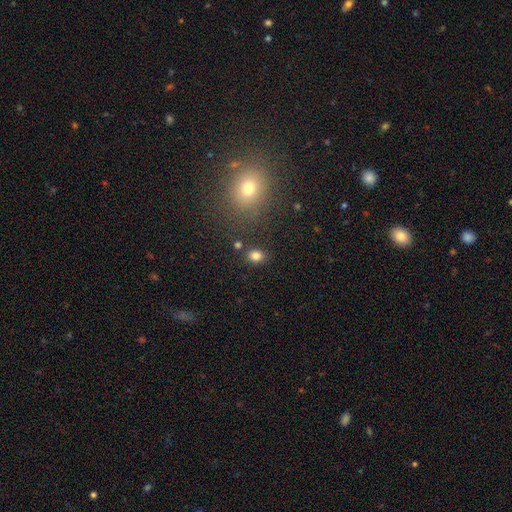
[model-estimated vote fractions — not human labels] A smooth galaxy with no disk features (81%) that is in between round and cigar-shaped (56%). Merging: none (80%).